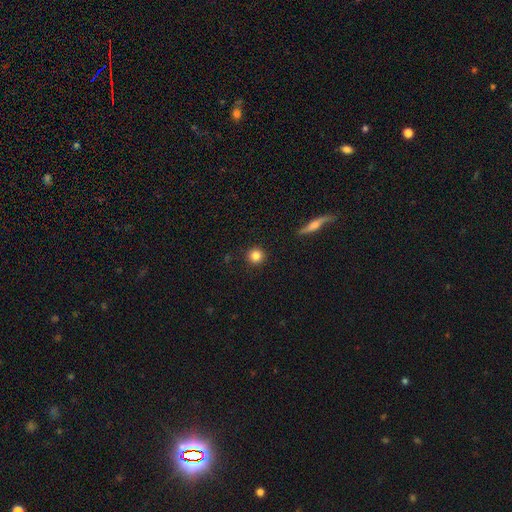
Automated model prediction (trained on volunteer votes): This is clearly a smooth galaxy (84%). How rounded: clearly round (95%). Merging: clearly none (91%).